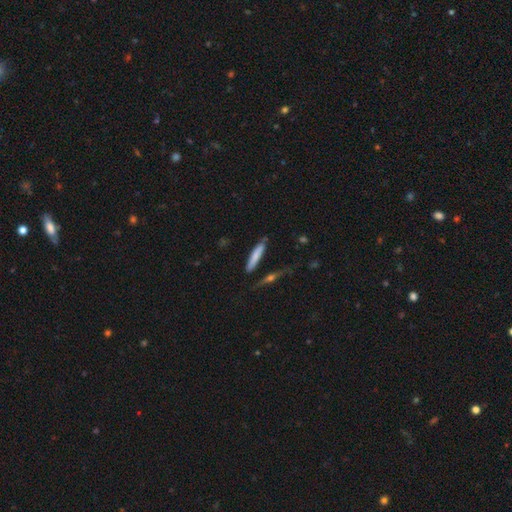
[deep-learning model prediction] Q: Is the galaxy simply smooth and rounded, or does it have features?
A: smooth — 72%.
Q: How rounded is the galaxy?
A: cigar-shaped — 89%.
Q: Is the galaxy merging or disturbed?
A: none — 76%.